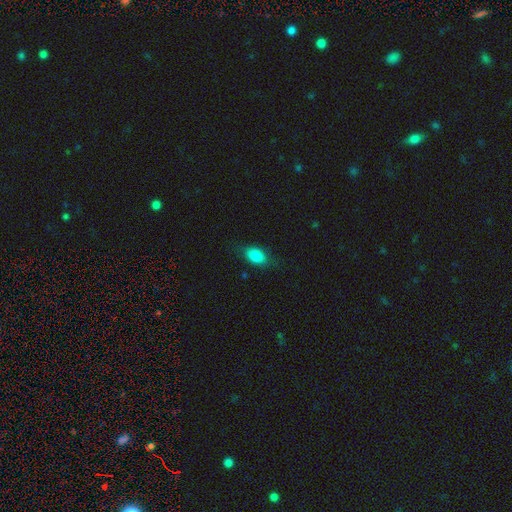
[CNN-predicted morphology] A smooth galaxy with no disk features (82%) that is in between round and cigar-shaped (84%).

Vote fractions:
- Smooth or featured? smooth: 82% / featured or disk: 9% / star or artifact: 8%
- How rounded? in between: 84% / round: 12% / cigar-shaped: 4%
- Merging? none: 76% / minor disturbance: 18% / major disturbance: 5% / merger: 1%